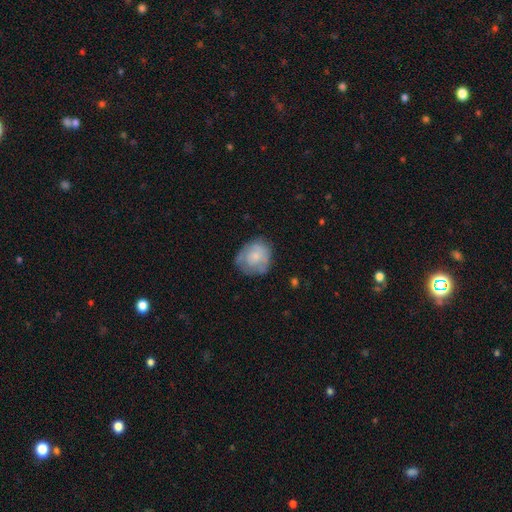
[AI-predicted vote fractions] Morphology: type=smooth (61%); roundness=round (72%); merging=none (61%).